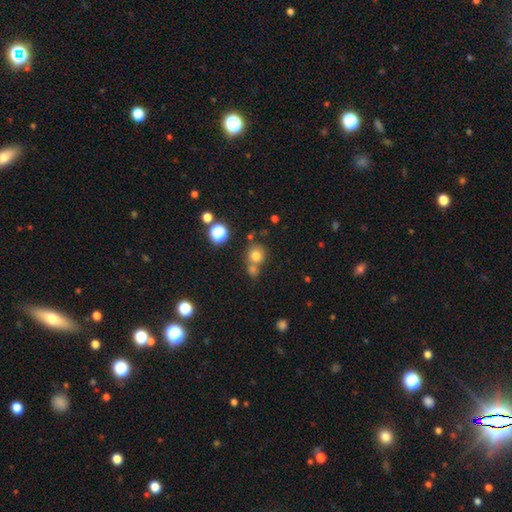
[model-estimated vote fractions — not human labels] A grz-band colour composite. It shows a smooth galaxy with no disk features (75%) that is round (85%). Merging: none (53%).